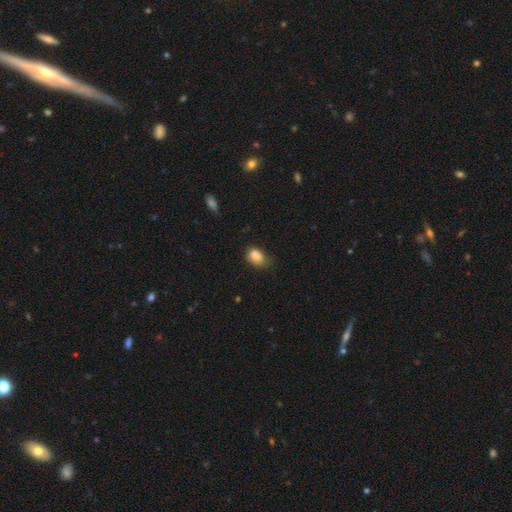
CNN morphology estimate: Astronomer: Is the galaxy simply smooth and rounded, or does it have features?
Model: smooth — 83%.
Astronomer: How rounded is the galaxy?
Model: in between — 71%.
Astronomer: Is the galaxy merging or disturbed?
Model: none — 42% (runner-up: minor disturbance, 38%).